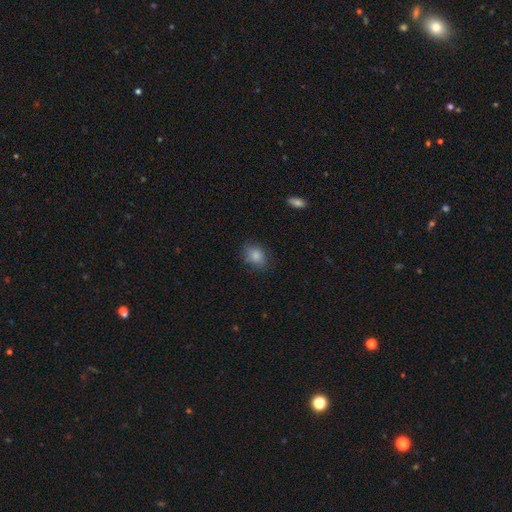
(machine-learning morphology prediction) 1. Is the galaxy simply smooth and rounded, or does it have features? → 85% smooth, 8% star or artifact, 6% featured or disk.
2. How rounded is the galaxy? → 66% in between, 33% round, 1% cigar-shaped.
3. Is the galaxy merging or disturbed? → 78% none, 16% minor disturbance, 4% major disturbance, 1% merger.